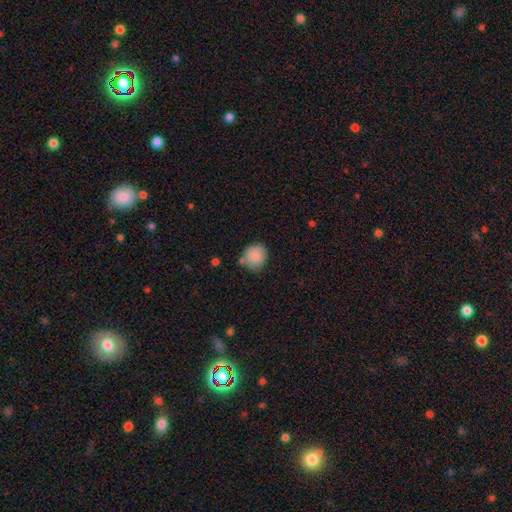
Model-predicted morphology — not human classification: smooth_or_featured: smooth (p=0.87) [alt: star or artifact p=0.07]
how_rounded: round (p=0.82) [alt: in between p=0.18]
merging: none (p=0.68) [alt: minor disturbance p=0.20]